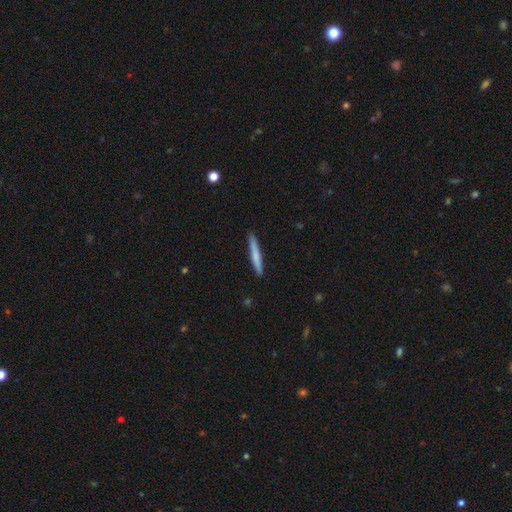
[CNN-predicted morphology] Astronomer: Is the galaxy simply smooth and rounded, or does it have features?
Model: smooth — 70%.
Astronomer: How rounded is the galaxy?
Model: cigar-shaped — 96%.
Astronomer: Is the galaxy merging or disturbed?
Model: none — 91%.